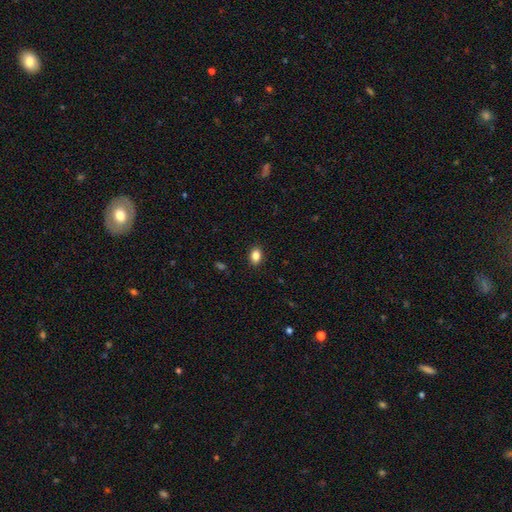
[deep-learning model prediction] Overall: smooth (85%). How rounded: in between (79%). Merging: none (89%).